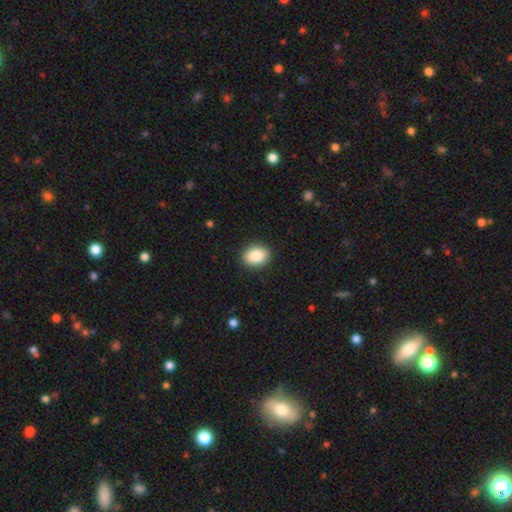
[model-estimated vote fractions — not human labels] Overall: smooth (87%). How rounded: in between (60%; round 39%). Merging: none (90%).